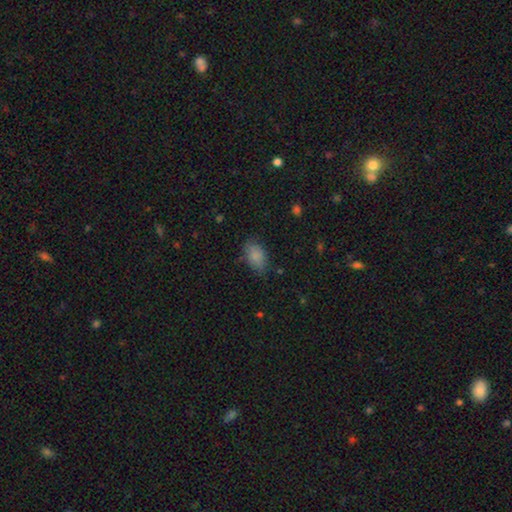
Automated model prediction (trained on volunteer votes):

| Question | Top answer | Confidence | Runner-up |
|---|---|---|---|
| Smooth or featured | smooth | 84% | star or artifact (9%) |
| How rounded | in between | 88% | round (10%) |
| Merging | none | 72% | minor disturbance (21%) |